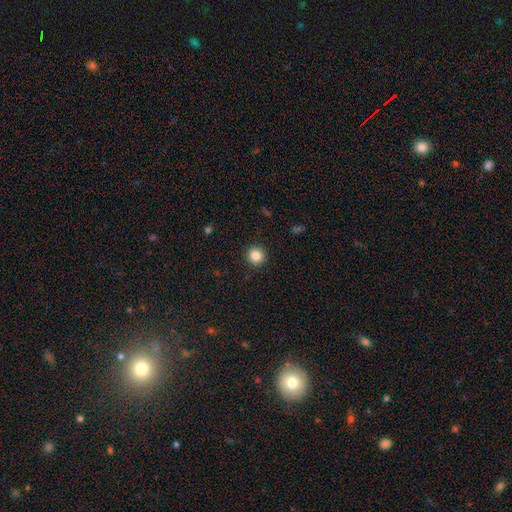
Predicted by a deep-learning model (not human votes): Overall: smooth (85%). How rounded: round (95%). Merging: none (93%).